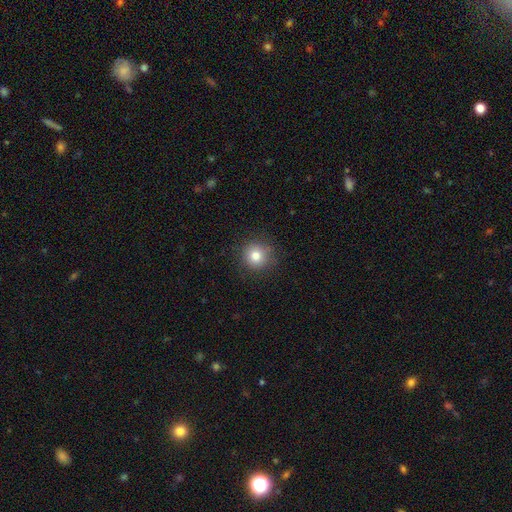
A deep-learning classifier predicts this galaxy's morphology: smooth 81%, star or artifact 12%, featured or disk 7%. Down the decision tree: how rounded — round (93%); merging — none (87%).